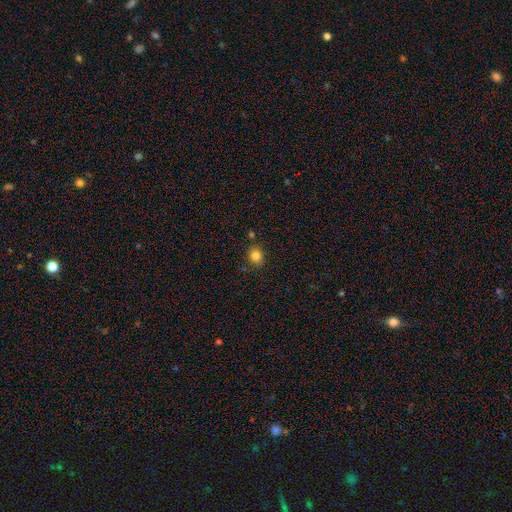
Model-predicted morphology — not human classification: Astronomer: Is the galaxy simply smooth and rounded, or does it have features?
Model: smooth — 83%.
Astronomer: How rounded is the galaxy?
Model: round — 72%.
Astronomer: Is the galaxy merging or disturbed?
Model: none — 82%.